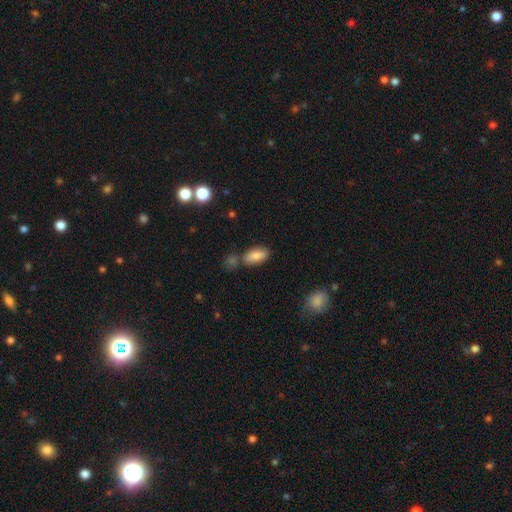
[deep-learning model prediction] smooth-or-featured: smooth: 82% | featured or disk: 10% | star or artifact: 7%
  how-rounded: in between: 86% | cigar-shaped: 11% | round: 3%
  merging: none: 65% | minor disturbance: 15% | merger: 15% | major disturbance: 4%